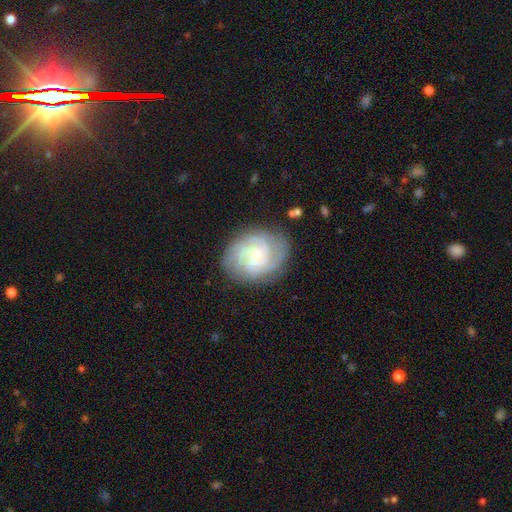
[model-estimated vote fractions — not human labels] This appears to be a featured or disk galaxy (76%) with no bar (46%, tied with weak), tight (63%) spiral arms (94%) and a small central bulge (62%). Merging: none (77%).